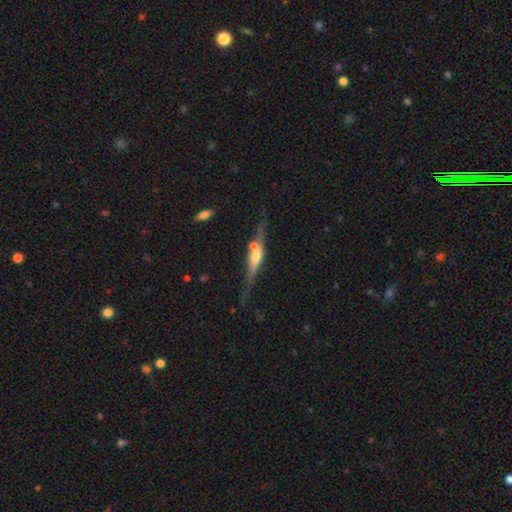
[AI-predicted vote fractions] Smooth or featured: featured or disk — 73% (smooth — 21%)
Edge-on disk: yes — 95% (no — 5%)
Edge-on bulge: rounded — 80% (boxy — 15%)
Merging: none — 66% (minor disturbance — 17%)